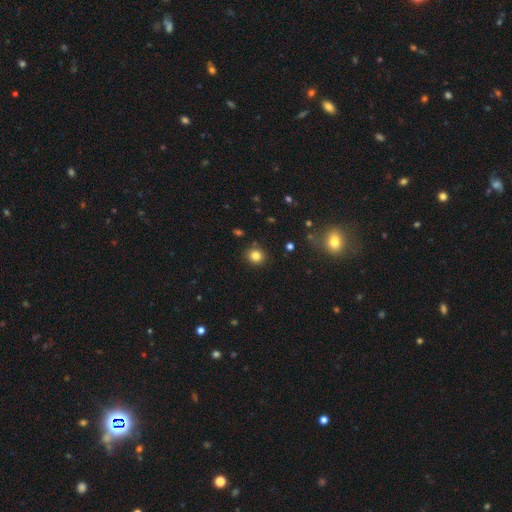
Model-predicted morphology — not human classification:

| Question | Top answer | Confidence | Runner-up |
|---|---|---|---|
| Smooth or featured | smooth | 82% | star or artifact (12%) |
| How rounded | round | 85% | in between (14%) |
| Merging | none | 89% | minor disturbance (7%) |